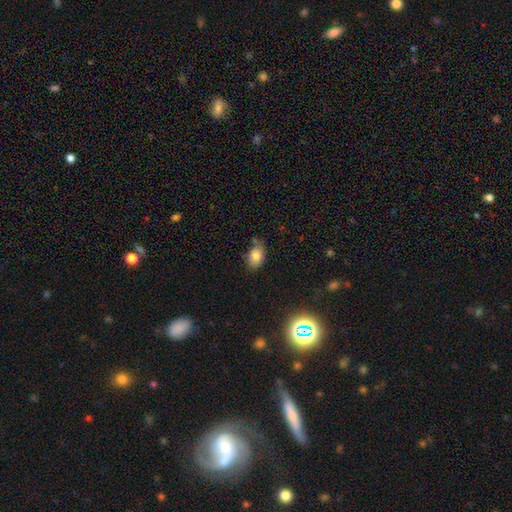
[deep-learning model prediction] The model was most divided on "merging": none: 66%, minor disturbance: 23%, merger: 6%, major disturbance: 5%. More confident: how rounded — in between (86%); smooth or featured — smooth (83%).